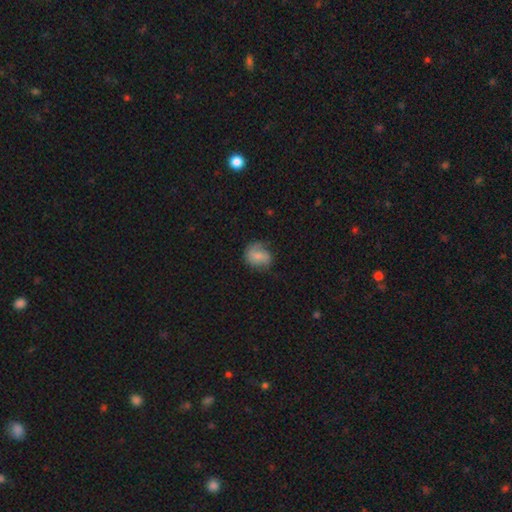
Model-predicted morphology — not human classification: Q: Smooth or featured?
A: smooth (55%); runner-up: featured or disk (37%)
Q: How rounded?
A: round (62%); runner-up: in between (37%)
Q: Merging?
A: none (55%); runner-up: minor disturbance (28%)